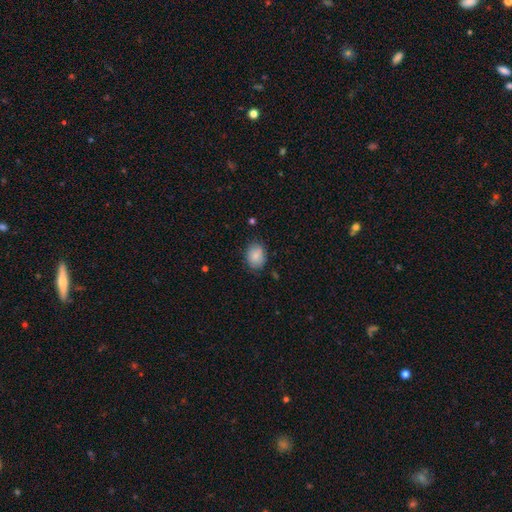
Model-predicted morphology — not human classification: This appears to be a smooth galaxy with no disk features (86%) that is in between round and cigar-shaped (58%). Merging: none (80%).